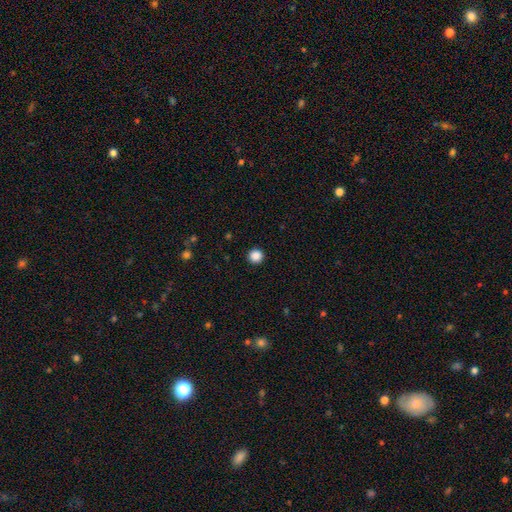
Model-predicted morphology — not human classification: This is clearly a smooth galaxy (87%). How rounded: clearly round (95%). Merging: clearly none (93%).